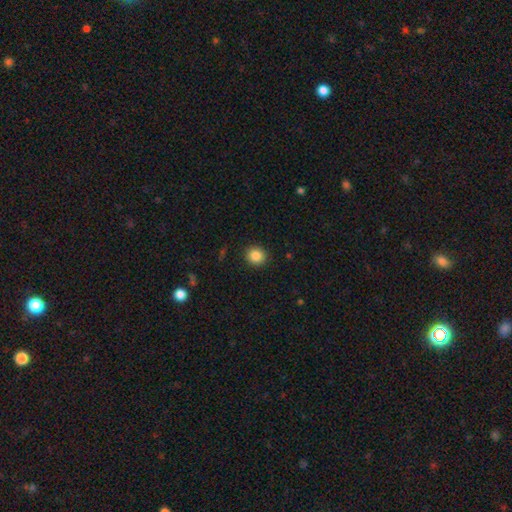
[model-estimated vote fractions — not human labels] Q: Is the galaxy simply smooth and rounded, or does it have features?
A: smooth — 86%.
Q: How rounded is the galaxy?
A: round — 87%.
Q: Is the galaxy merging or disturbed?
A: none — 91%.